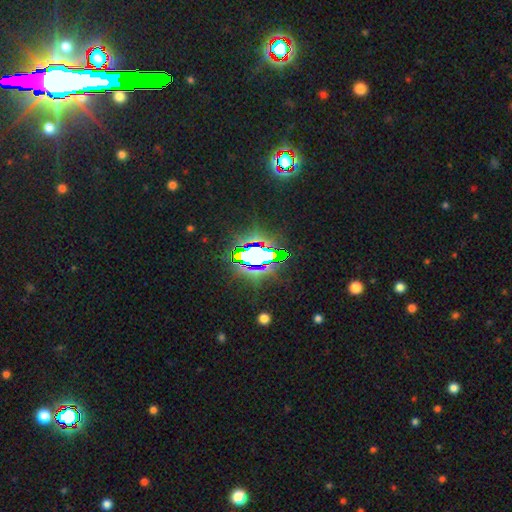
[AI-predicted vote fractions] Smooth or featured?
  - star or artifact: 73% *
  - smooth: 15%
  - featured or disk: 11%